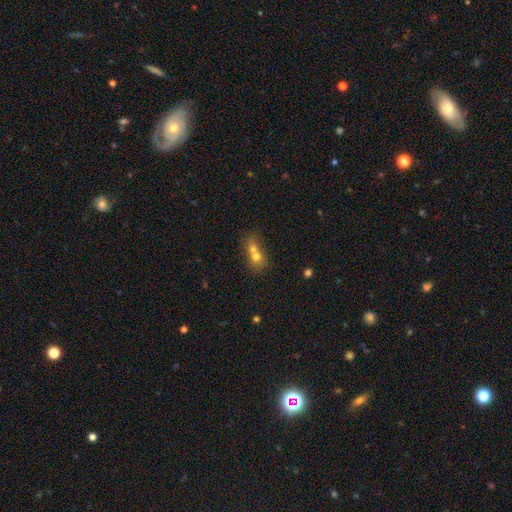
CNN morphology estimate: Smooth or featured? Predicted: smooth (p=0.65). How rounded? Predicted: round (p=0.60). Merging? Predicted: merger (p=0.71).